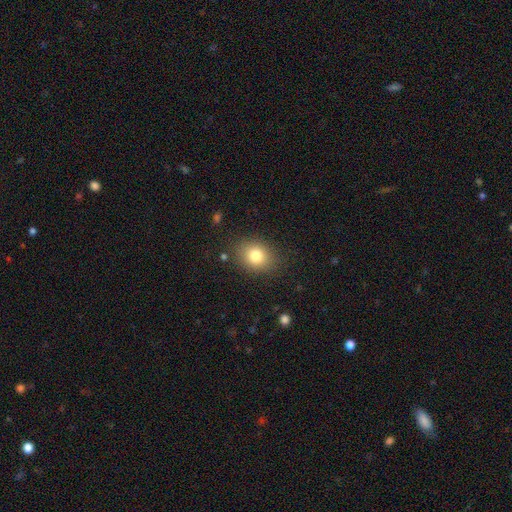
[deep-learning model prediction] Overall: smooth (80%). How rounded: round (55%; in between 44%). Merging: none (84%).